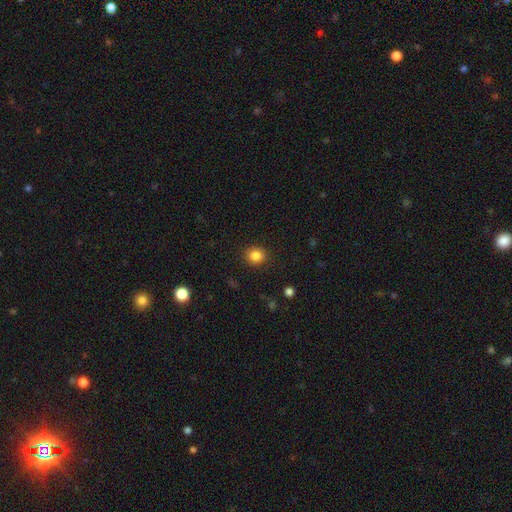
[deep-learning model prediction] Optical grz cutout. It shows a smooth galaxy with no disk features (84%) that is round (86%). Merging: none (90%).